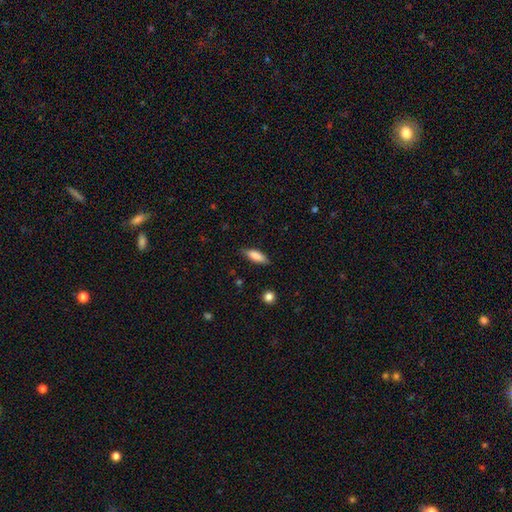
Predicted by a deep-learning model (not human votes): smooth 82%, featured or disk 12%, star or artifact 6%. Down the decision tree: how rounded — in between (59%); merging — none (82%).